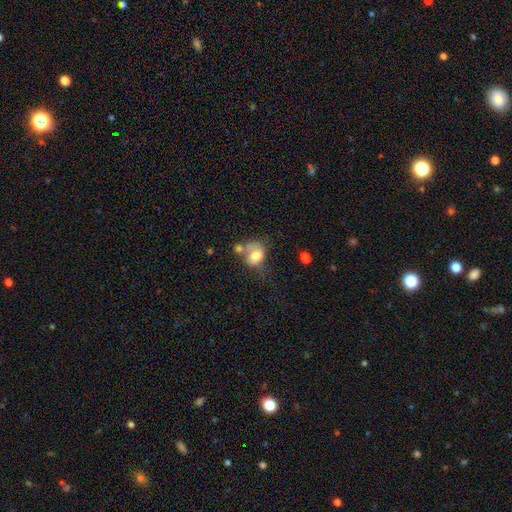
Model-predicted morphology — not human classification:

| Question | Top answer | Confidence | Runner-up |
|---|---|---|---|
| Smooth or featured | smooth | 70% | featured or disk (21%) |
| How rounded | in between | 56% | round (43%) |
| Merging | merger | 34% | none (26%) |